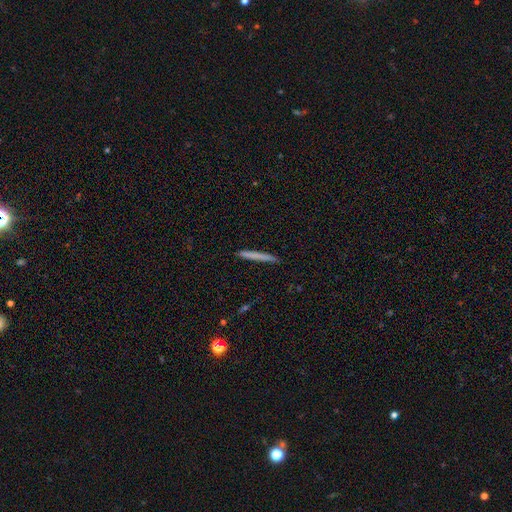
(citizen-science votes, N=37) Smooth or featured? smooth (78%)
How rounded? cigar-shaped (100%)
Merging? none (94%)